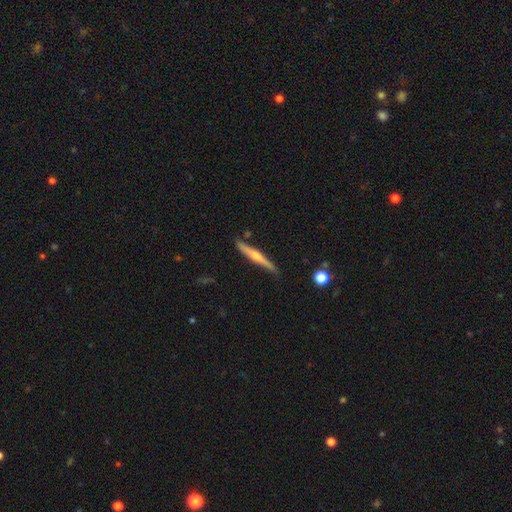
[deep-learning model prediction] Smooth or featured?
  - featured or disk: 59% *
  - smooth: 35%
  - star or artifact: 6%
Edge-on disk?
  - yes: 97% *
  - no: 3%
Edge-on bulge?
  - rounded: 77% *
  - none: 17%
  - boxy: 6%
Merging?
  - none: 85% *
  - minor disturbance: 11%
  - merger: 2%
  - major disturbance: 2%